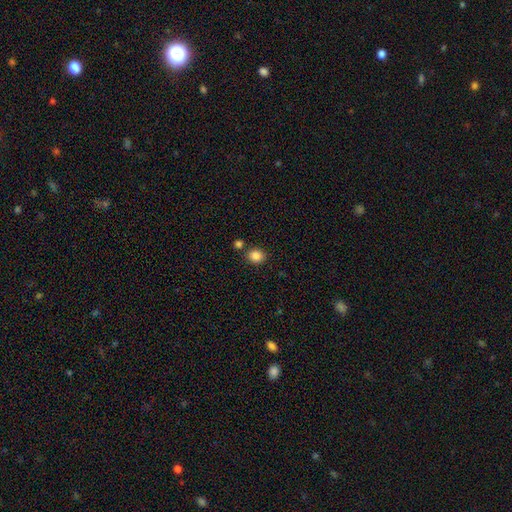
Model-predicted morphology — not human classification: Smooth or featured?
  - smooth: 86% *
  - star or artifact: 10%
  - featured or disk: 4%
How rounded?
  - round: 71% *
  - in between: 28%
  - cigar-shaped: 1%
Merging?
  - none: 78% *
  - merger: 11%
  - minor disturbance: 9%
  - major disturbance: 3%